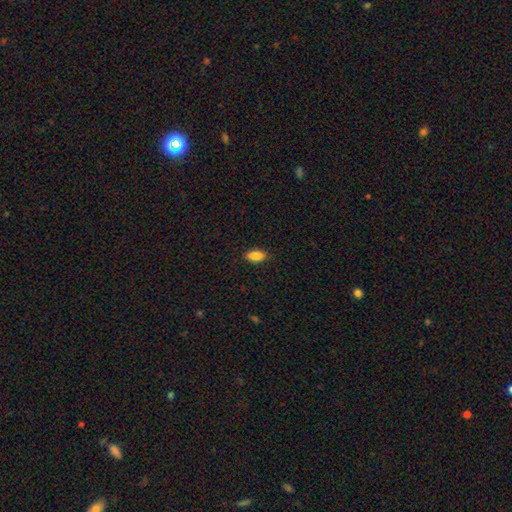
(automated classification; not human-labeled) Overall: smooth (87%). How rounded: in between (90%). Merging: none (87%).